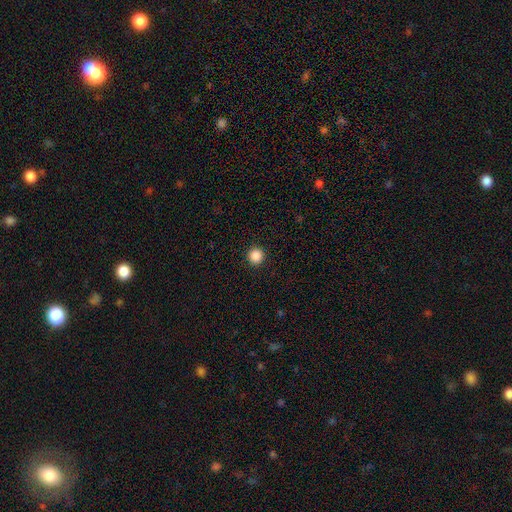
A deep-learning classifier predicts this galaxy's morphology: smooth_or_featured: smooth (p=0.87) [alt: star or artifact p=0.10]
how_rounded: round (p=0.95) [alt: in between p=0.04]
merging: none (p=0.93) [alt: minor disturbance p=0.04]